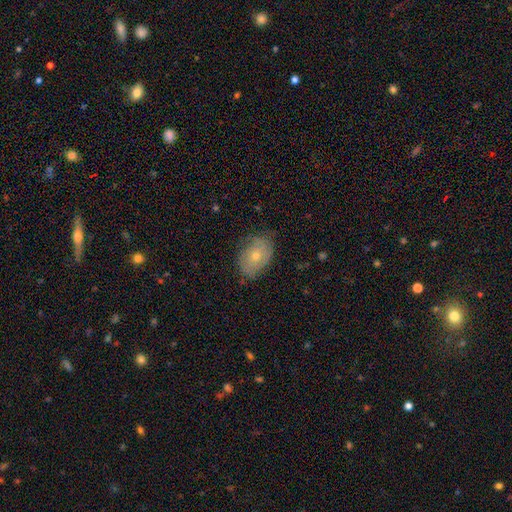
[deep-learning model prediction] Q: Smooth or featured?
A: smooth (49%); runner-up: featured or disk (41%)
Q: Merging?
A: none (75%); runner-up: minor disturbance (19%)